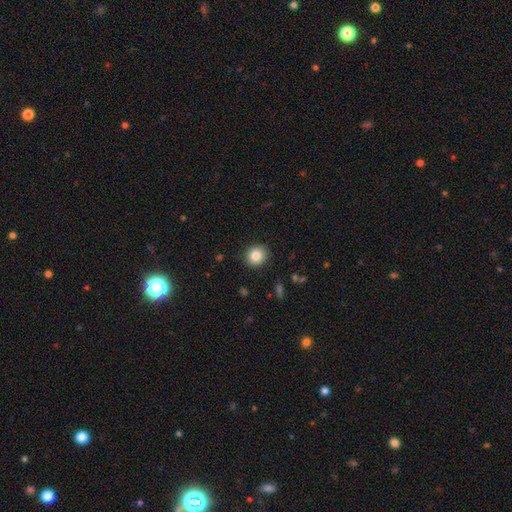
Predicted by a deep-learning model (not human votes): Smooth or featured: smooth — 84% (star or artifact — 9%)
How rounded: round — 81% (in between — 18%)
Merging: none — 89% (minor disturbance — 7%)